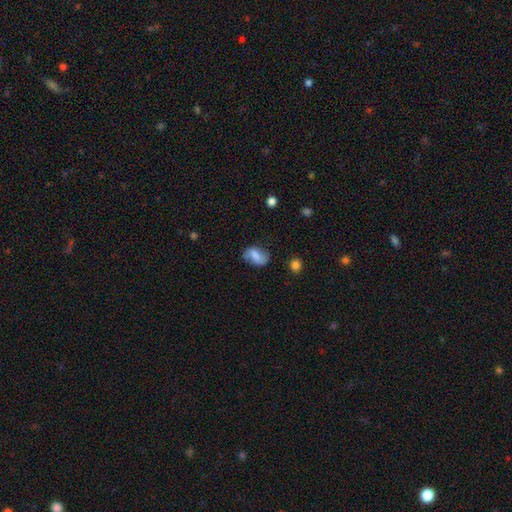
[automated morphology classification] smooth 59%, featured or disk 32%, star or artifact 9%. Down the decision tree: how rounded — in between (81%); merging — none (59%).